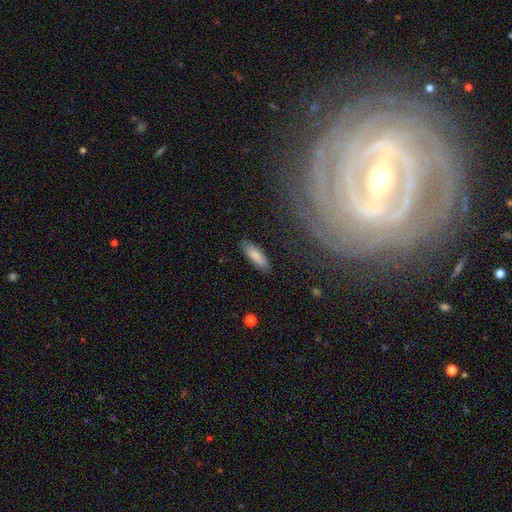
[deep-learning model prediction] Smooth or featured: smooth — 83% (featured or disk — 11%)
How rounded: in between — 55% (cigar-shaped — 43%)
Merging: none — 85% (minor disturbance — 11%)